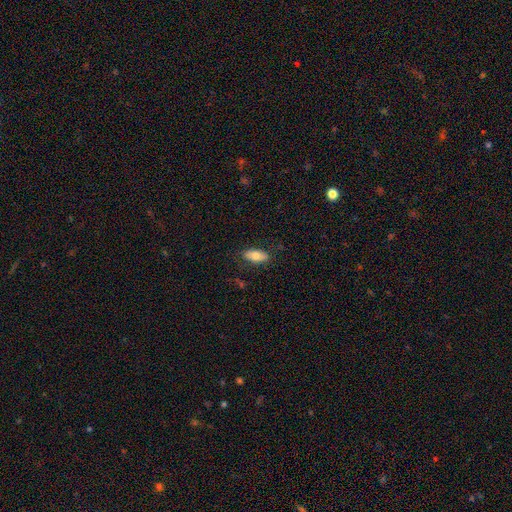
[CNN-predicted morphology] This appears to be a smooth galaxy with no disk features (76%) that is in between round and cigar-shaped (89%). Merging: none (81%).